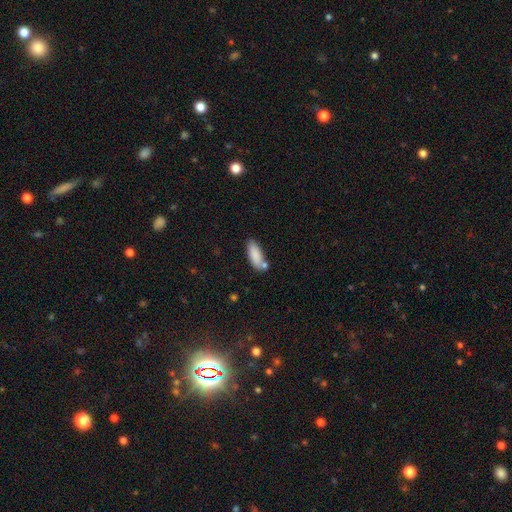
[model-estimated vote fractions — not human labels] Smooth or featured?
  - smooth: 86% *
  - featured or disk: 7%
  - star or artifact: 7%
How rounded?
  - in between: 75% *
  - cigar-shaped: 23%
  - round: 2%
Merging?
  - none: 64% *
  - minor disturbance: 17%
  - merger: 15%
  - major disturbance: 4%